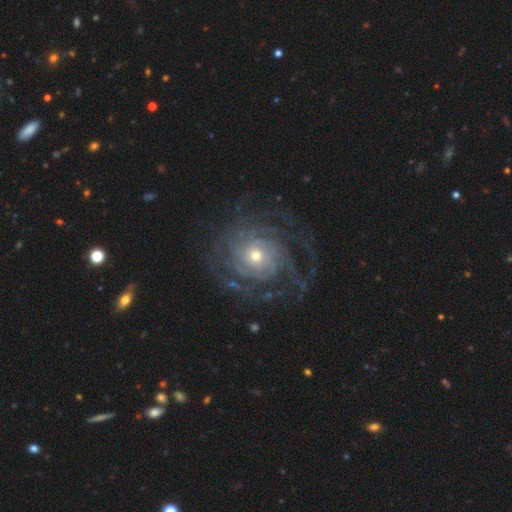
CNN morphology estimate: Overall: featured or disk (85%). Edge-on disk: no (97%). Bar: no (80%). Spiral arms: yes (94%). Spiral arm count: can't tell (36%; 2 16%). Spiral winding: tight (72%). Bulge size: small (49%; moderate 45%). Merging: none (72%).